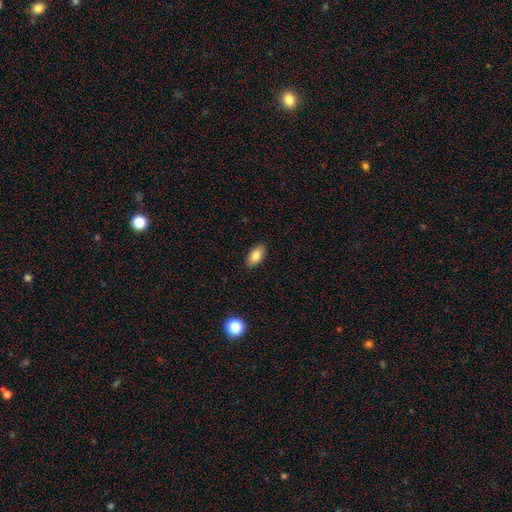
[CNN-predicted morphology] smooth-or-featured: smooth: 82% | featured or disk: 10% | star or artifact: 8%
  how-rounded: in between: 92% | round: 4% | cigar-shaped: 3%
  merging: none: 89% | minor disturbance: 8% | major disturbance: 2% | merger: 1%